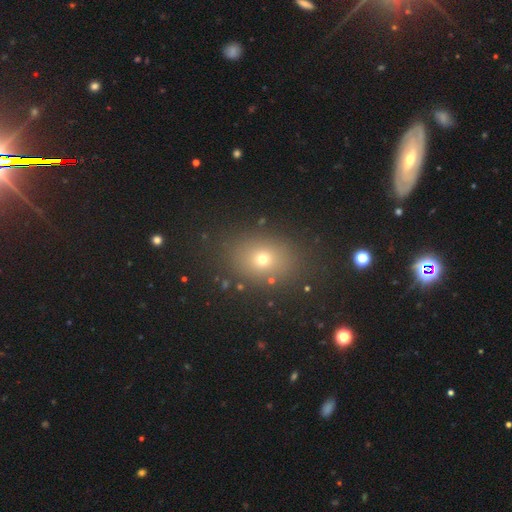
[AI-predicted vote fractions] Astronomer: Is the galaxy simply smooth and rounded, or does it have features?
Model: smooth — 56%.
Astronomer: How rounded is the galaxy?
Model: in between — 60% (runner-up: round, 38%).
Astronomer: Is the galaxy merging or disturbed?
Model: none — 84%.